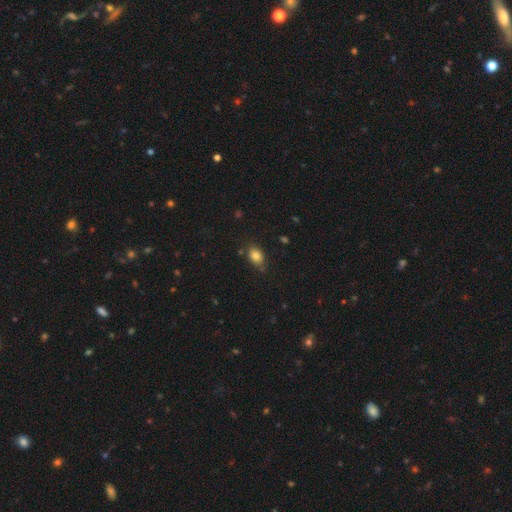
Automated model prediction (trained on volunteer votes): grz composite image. It shows a smooth galaxy with no disk features (84%) that is in between round and cigar-shaped (77%). Merging: none (76%).